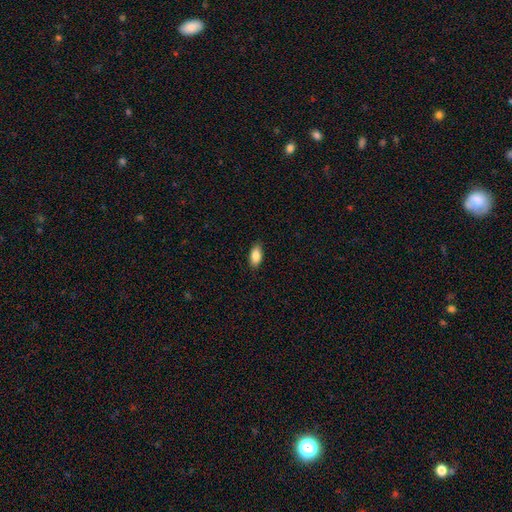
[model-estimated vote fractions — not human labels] smooth_or_featured: smooth (p=0.86) [alt: featured or disk p=0.07]
how_rounded: in between (p=0.90) [alt: cigar-shaped p=0.07]
merging: none (p=0.87) [alt: minor disturbance p=0.10]